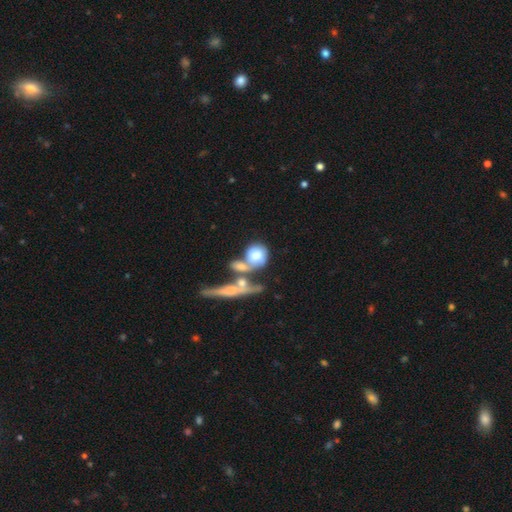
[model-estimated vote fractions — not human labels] smooth-or-featured: smooth: 59% | featured or disk: 33% | star or artifact: 8%
  how-rounded: round: 66% | in between: 28% | cigar-shaped: 6%
  merging: merger: 48% | none: 26% | major disturbance: 13% | minor disturbance: 13%